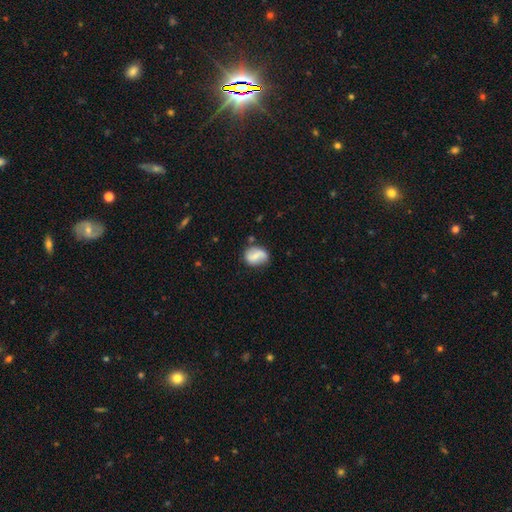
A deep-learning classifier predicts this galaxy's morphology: smooth 51%, featured or disk 41%, star or artifact 8%. Down the decision tree: how rounded — in between (57%); merging — none (67%).